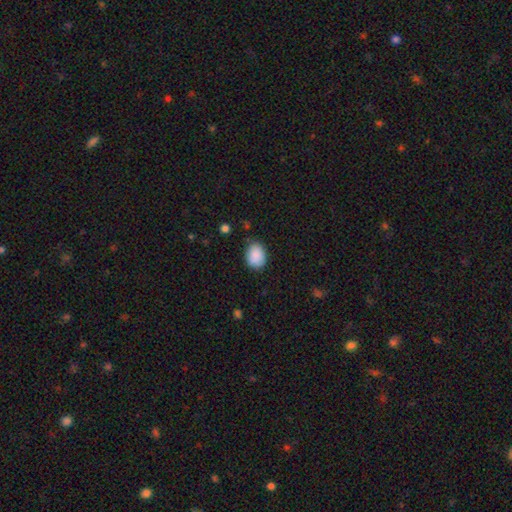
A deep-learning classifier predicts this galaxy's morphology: Smooth or featured?
  - smooth: 89% *
  - star or artifact: 7%
  - featured or disk: 3%
How rounded?
  - in between: 65% *
  - round: 34%
  - cigar-shaped: 1%
Merging?
  - none: 79% *
  - minor disturbance: 16%
  - major disturbance: 3%
  - merger: 2%